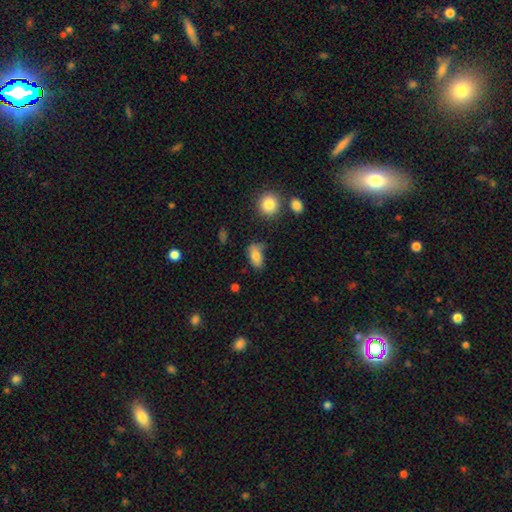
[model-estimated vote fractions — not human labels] This appears to be a smooth galaxy with no disk features (80%) that is in between round and cigar-shaped (88%). Merging: none (59%).